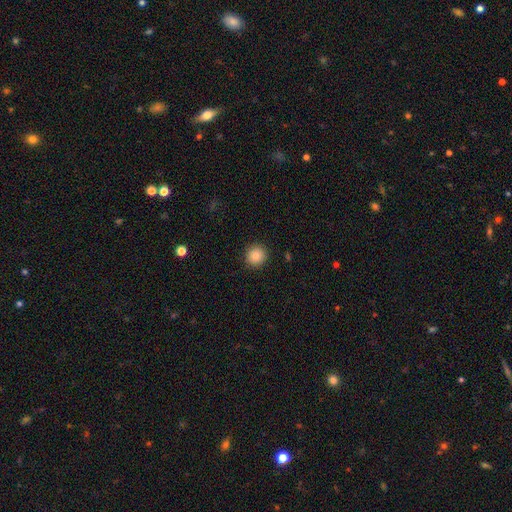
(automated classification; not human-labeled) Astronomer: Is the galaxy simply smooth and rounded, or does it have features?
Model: smooth — 86%.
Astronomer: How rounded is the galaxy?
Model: round — 94%.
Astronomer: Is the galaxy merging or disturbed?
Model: none — 92%.